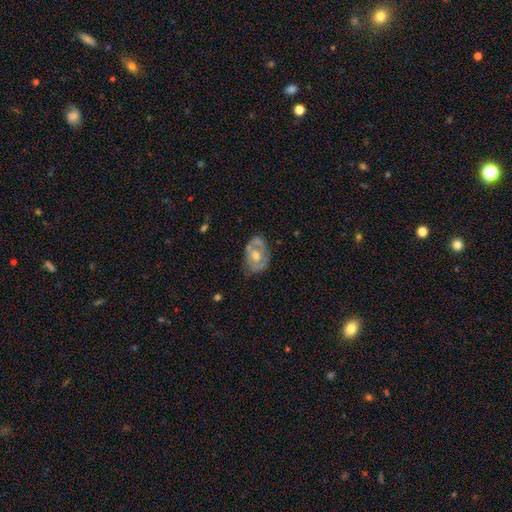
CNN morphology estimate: The model was most divided on "spiral arms": no: 52%, yes: 48%. More confident: edge-on disk — no (95%); bar — no (72%); bulge size — moderate (70%); merging — none (67%); smooth or featured — featured or disk (67%).